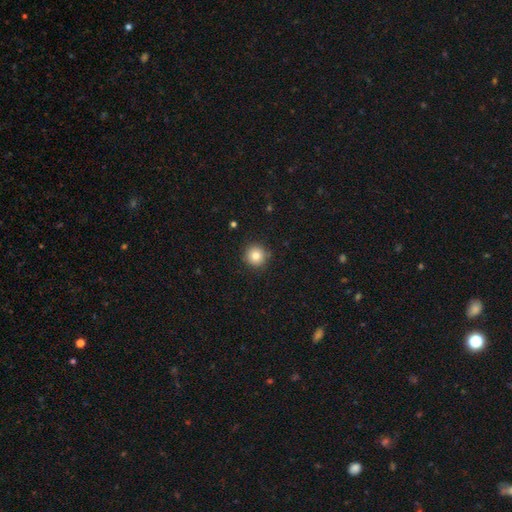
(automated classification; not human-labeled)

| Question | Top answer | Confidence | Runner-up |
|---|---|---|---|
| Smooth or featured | smooth | 82% | star or artifact (11%) |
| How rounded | round | 95% | in between (4%) |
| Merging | none | 89% | minor disturbance (7%) |